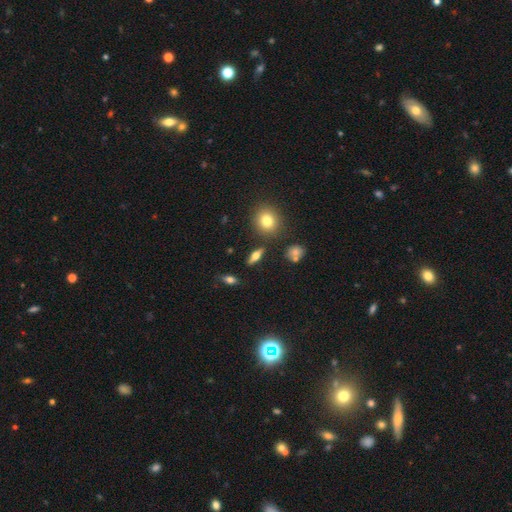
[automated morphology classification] smooth_or_featured: featured or disk (p=0.46) [alt: smooth p=0.44]
merging: none (p=0.84) [alt: minor disturbance p=0.09]